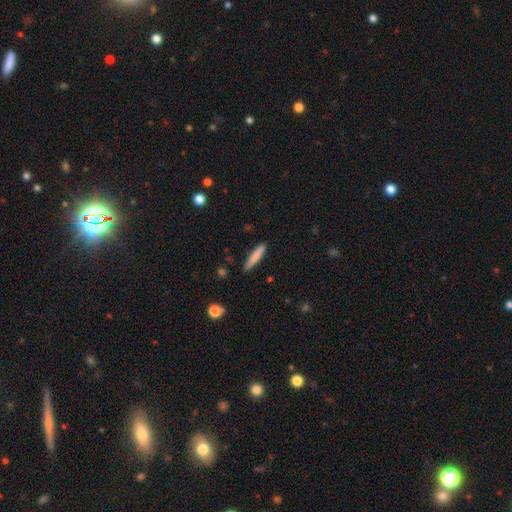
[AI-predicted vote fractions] This is clearly a smooth galaxy (81%). How rounded: clearly cigar-shaped (91%). Merging: clearly none (86%).